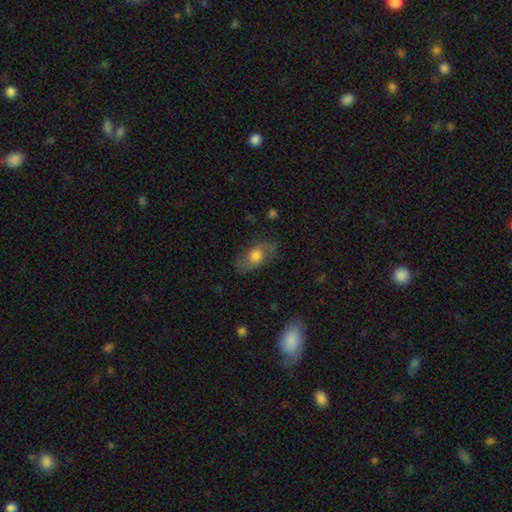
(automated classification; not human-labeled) Morphology: type=smooth (53%); roundness=in between (83%); merging=none (76%).